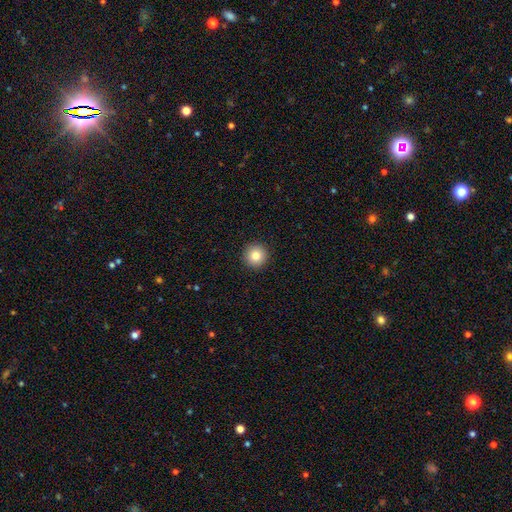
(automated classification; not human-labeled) smooth 83%, star or artifact 10%, featured or disk 7%. Down the decision tree: how rounded — round (96%); merging — none (93%).